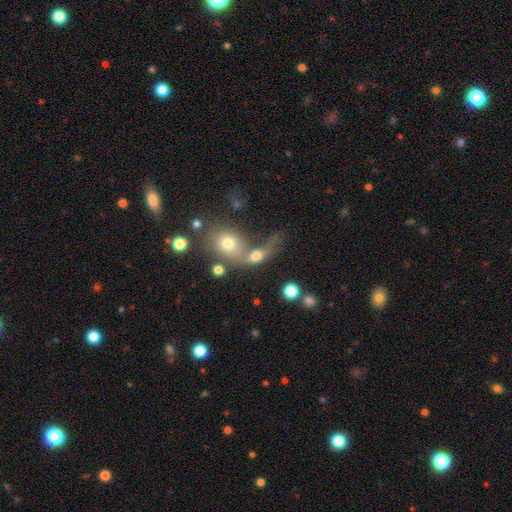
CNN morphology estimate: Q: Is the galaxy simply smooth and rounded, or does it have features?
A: smooth — 63%.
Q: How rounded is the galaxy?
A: in between — 58%.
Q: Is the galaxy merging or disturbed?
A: merger — 57%.